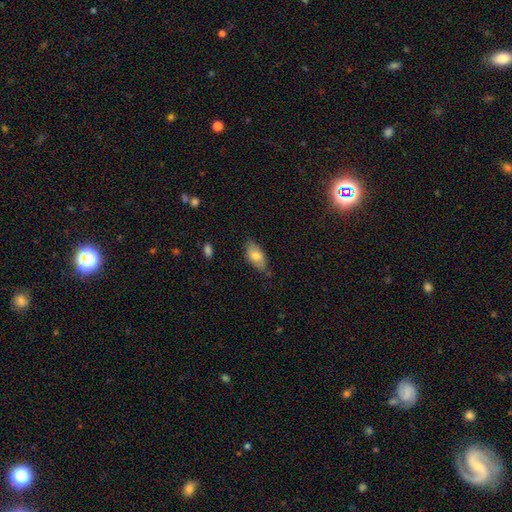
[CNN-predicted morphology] smooth 75%, featured or disk 18%, star or artifact 7%. Down the decision tree: how rounded — in between (92%); merging — none (74%).